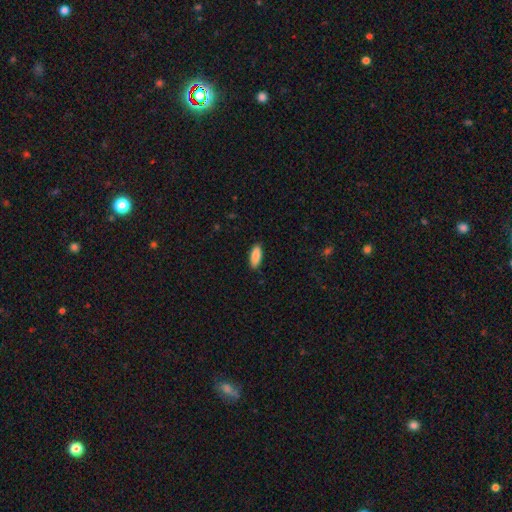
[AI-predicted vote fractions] This appears to be a smooth galaxy with no disk features (90%) that is in between round and cigar-shaped (76%). Merging: none (87%).